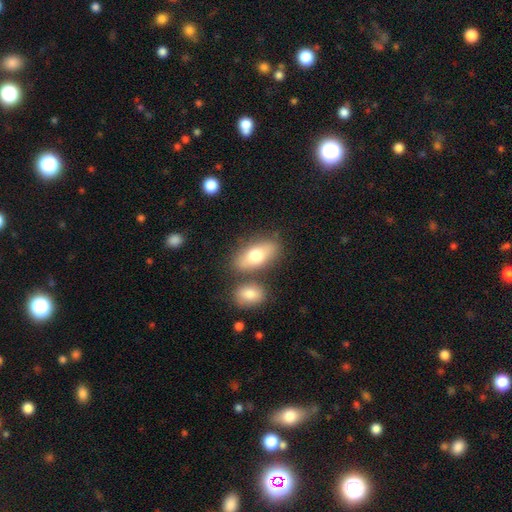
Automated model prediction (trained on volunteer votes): Q: Smooth or featured?
A: smooth (72%); runner-up: featured or disk (21%)
Q: How rounded?
A: in between (87%); runner-up: cigar-shaped (8%)
Q: Merging?
A: none (69%); runner-up: merger (16%)